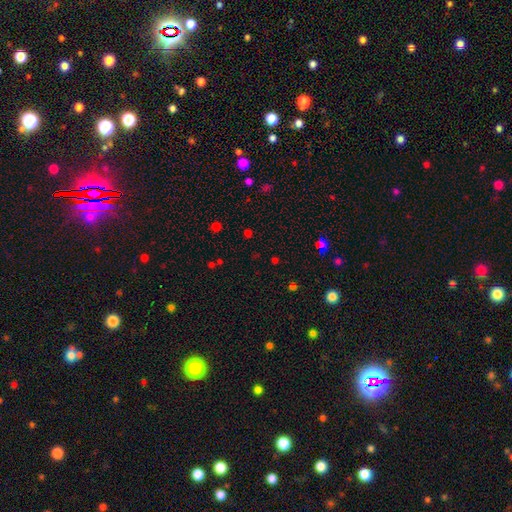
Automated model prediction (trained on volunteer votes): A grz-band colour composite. It shows a star or artifact, not a galaxy (55%).